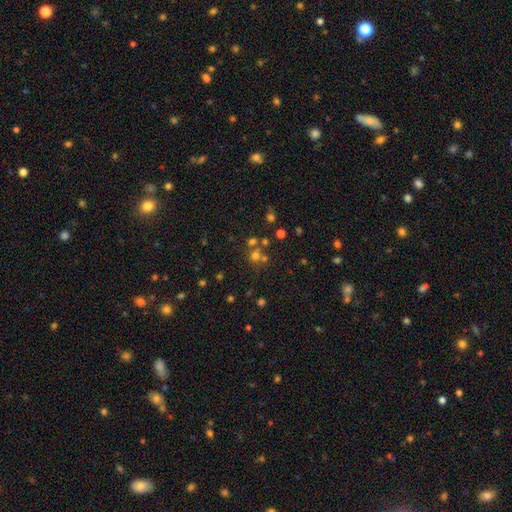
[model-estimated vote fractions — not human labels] Smooth or featured? smooth (54%)
How rounded? round (87%)
Merging? none (58%)